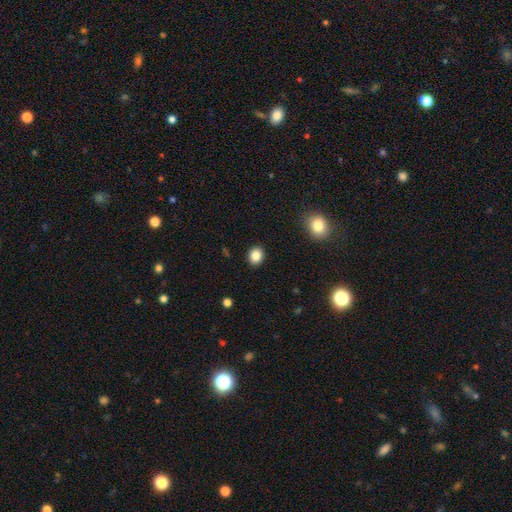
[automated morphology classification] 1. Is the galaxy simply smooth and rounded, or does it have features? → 86% smooth, 10% star or artifact, 4% featured or disk.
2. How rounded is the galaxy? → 66% round, 33% in between, 1% cigar-shaped.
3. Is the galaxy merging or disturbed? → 90% none, 6% minor disturbance, 2% major disturbance, 1% merger.